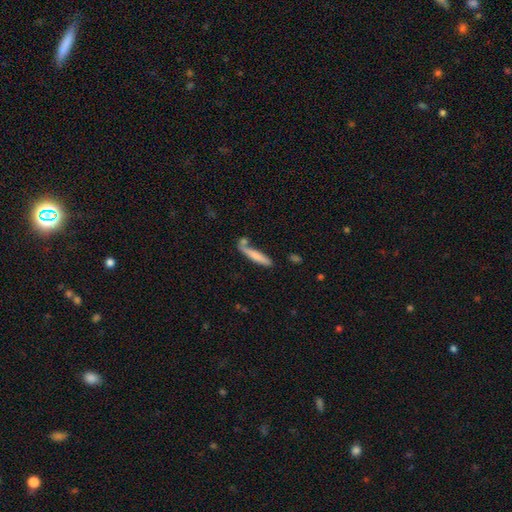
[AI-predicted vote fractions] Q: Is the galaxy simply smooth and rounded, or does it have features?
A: smooth — 71%.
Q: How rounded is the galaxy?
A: cigar-shaped — 89%.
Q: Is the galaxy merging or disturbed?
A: none — 62%.